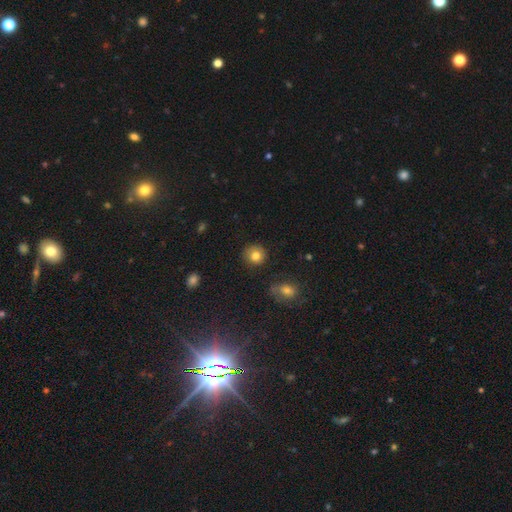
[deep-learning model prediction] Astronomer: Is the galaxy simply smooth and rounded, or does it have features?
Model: smooth — 81%.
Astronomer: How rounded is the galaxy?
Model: round — 89%.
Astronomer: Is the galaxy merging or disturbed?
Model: none — 85%.